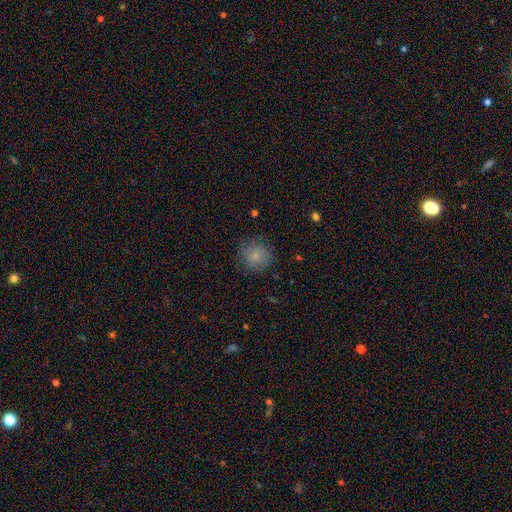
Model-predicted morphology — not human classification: Smooth or featured?
  - smooth: 81% *
  - star or artifact: 10%
  - featured or disk: 9%
How rounded?
  - round: 92% *
  - in between: 7%
  - cigar-shaped: 1%
Merging?
  - none: 80% *
  - minor disturbance: 15%
  - major disturbance: 4%
  - merger: 1%